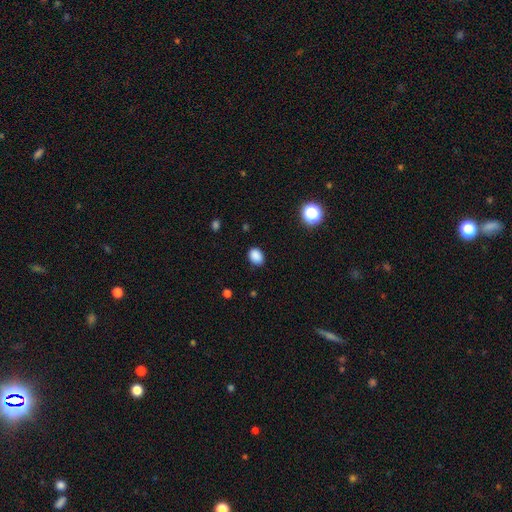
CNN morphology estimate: Q: Smooth or featured?
A: smooth (87%); runner-up: star or artifact (10%)
Q: How rounded?
A: in between (63%); runner-up: round (36%)
Q: Merging?
A: none (86%); runner-up: minor disturbance (10%)